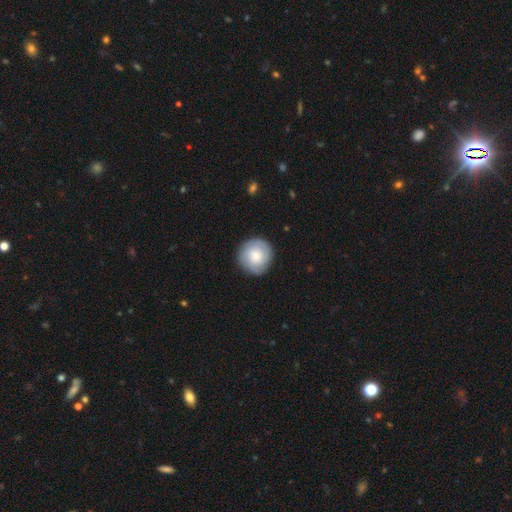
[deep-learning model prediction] Q: Smooth or featured?
A: smooth (58%); runner-up: featured or disk (35%)
Q: How rounded?
A: round (93%); runner-up: in between (6%)
Q: Merging?
A: none (87%); runner-up: minor disturbance (10%)